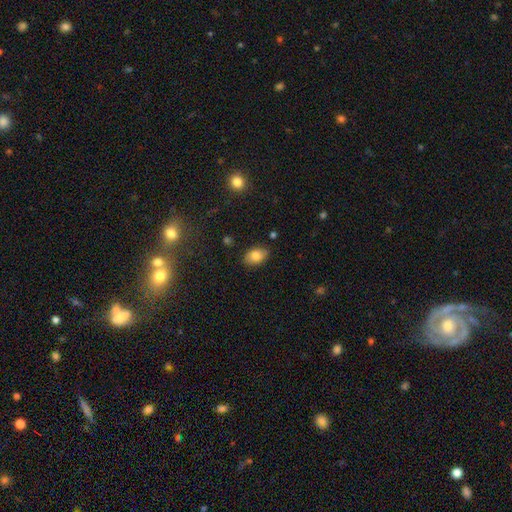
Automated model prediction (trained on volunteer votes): smooth_or_featured: smooth (p=0.82) [alt: featured or disk p=0.09]
how_rounded: in between (p=0.86) [alt: round p=0.13]
merging: none (p=0.84) [alt: minor disturbance p=0.12]